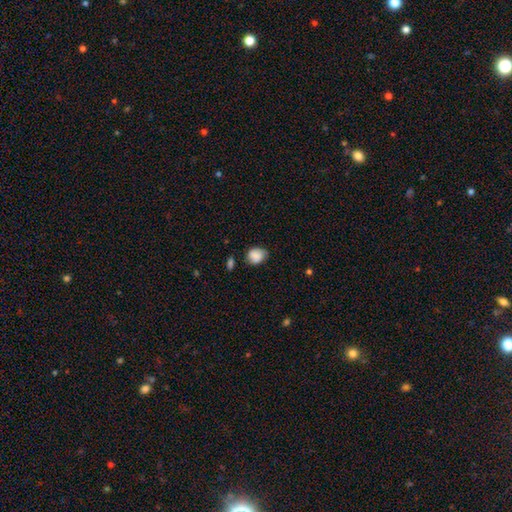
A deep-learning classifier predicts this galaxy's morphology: Smooth or featured? Predicted: smooth (p=0.84). How rounded? Predicted: round (p=0.55). Merging? Predicted: none (p=0.63).